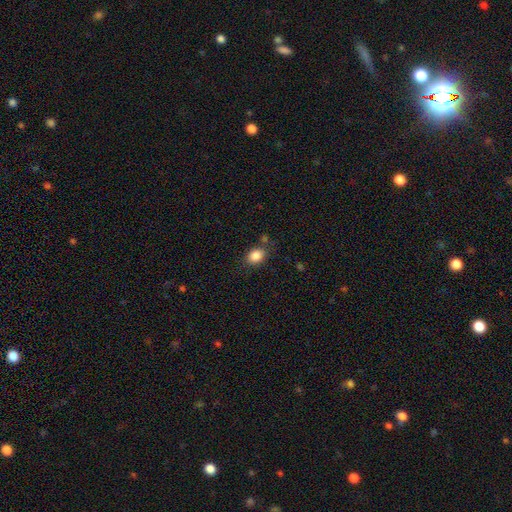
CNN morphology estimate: This appears to be a smooth galaxy with no disk features (86%) that is in between round and cigar-shaped (63%). Merging: none (76%).